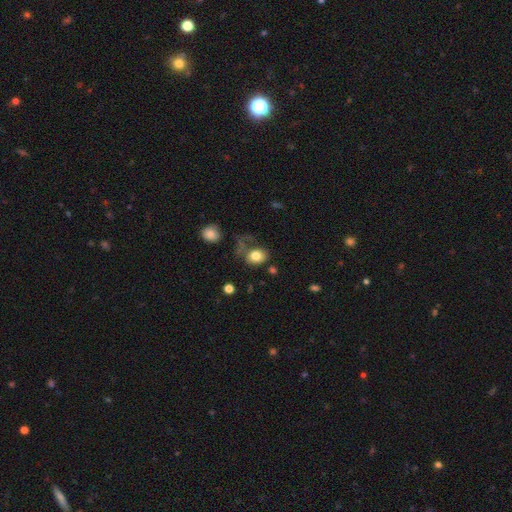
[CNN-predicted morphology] smooth-or-featured: smooth: 80% | featured or disk: 11% | star or artifact: 9%
  how-rounded: in between: 55% | round: 44% | cigar-shaped: 1%
  merging: none: 52% | minor disturbance: 21% | major disturbance: 18% | merger: 9%